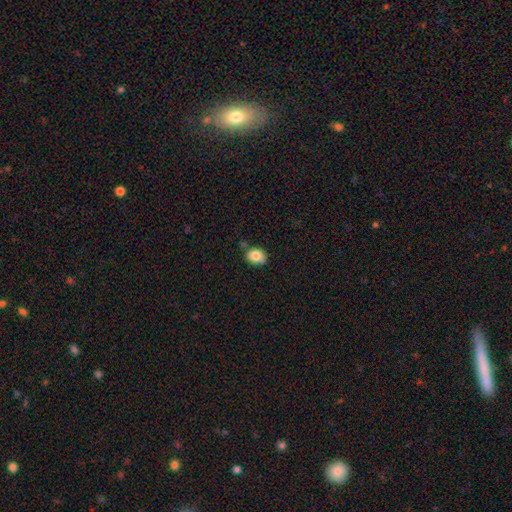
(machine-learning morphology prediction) type=smooth (84%); roundness=in between (58%); merging=none (68%).